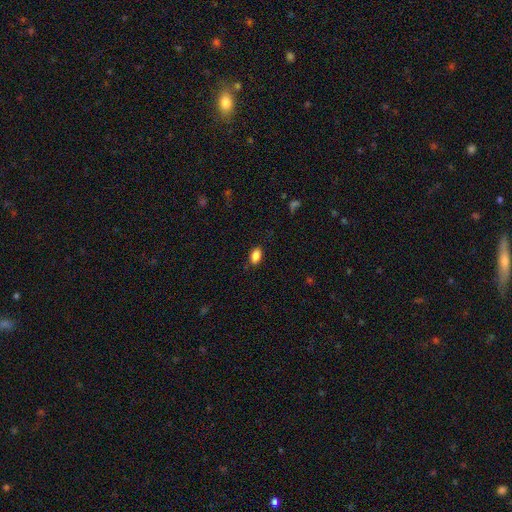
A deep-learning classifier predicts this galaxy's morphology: smooth-or-featured: smooth: 87% | star or artifact: 9% | featured or disk: 4%
  how-rounded: in between: 90% | round: 7% | cigar-shaped: 3%
  merging: none: 84% | minor disturbance: 12% | major disturbance: 3% | merger: 1%